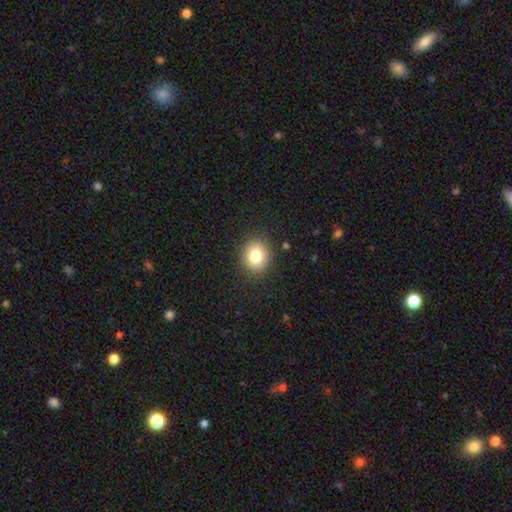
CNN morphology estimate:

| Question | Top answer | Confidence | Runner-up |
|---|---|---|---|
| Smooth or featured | smooth | 81% | star or artifact (11%) |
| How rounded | round | 74% | in between (25%) |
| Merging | none | 88% | minor disturbance (8%) |